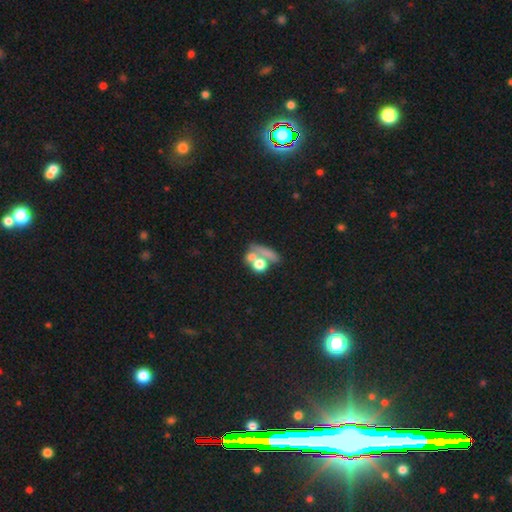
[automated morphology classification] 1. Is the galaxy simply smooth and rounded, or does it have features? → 52% smooth, 24% star or artifact, 24% featured or disk.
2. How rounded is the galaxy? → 51% round, 40% in between, 9% cigar-shaped.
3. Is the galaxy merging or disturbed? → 40% merger, 39% none, 11% major disturbance, 11% minor disturbance.